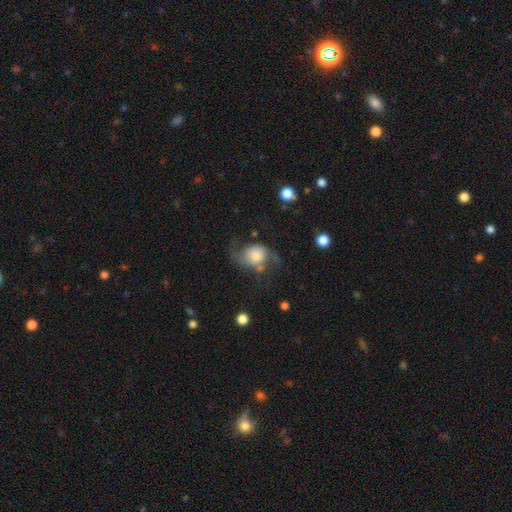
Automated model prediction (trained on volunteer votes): Morphology: type=featured or disk (56%); edge-on=no (96%); bar=no (74%); spiral arms=yes (87%); bulge=moderate (32%); merging=none (48%).